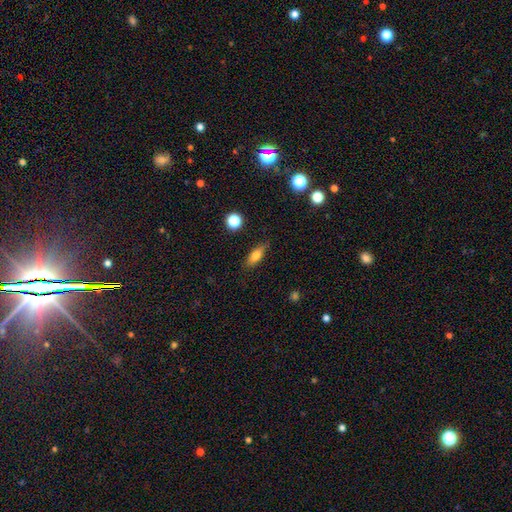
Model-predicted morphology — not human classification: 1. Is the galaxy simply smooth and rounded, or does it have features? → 72% smooth, 19% featured or disk, 9% star or artifact.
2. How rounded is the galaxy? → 67% in between, 28% cigar-shaped, 5% round.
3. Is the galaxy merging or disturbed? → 81% none, 15% minor disturbance, 3% major disturbance, 2% merger.